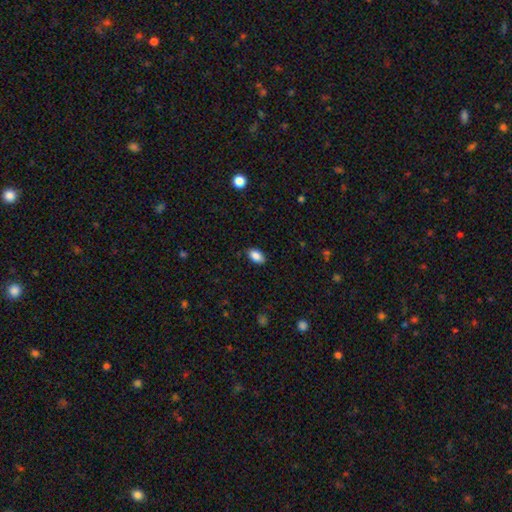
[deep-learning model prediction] smooth_or_featured: smooth (p=0.88) [alt: star or artifact p=0.08]
how_rounded: in between (p=0.93) [alt: round p=0.05]
merging: none (p=0.86) [alt: minor disturbance p=0.11]